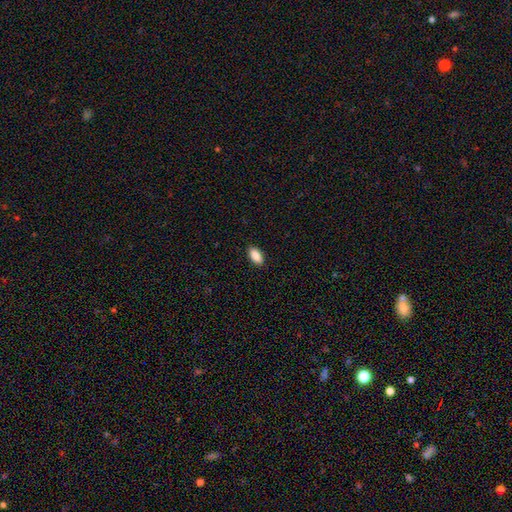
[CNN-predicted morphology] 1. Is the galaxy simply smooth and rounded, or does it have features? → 89% smooth, 7% star or artifact, 4% featured or disk.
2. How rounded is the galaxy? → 91% in between, 6% cigar-shaped, 3% round.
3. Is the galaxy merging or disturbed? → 90% none, 7% minor disturbance, 2% major disturbance, 1% merger.